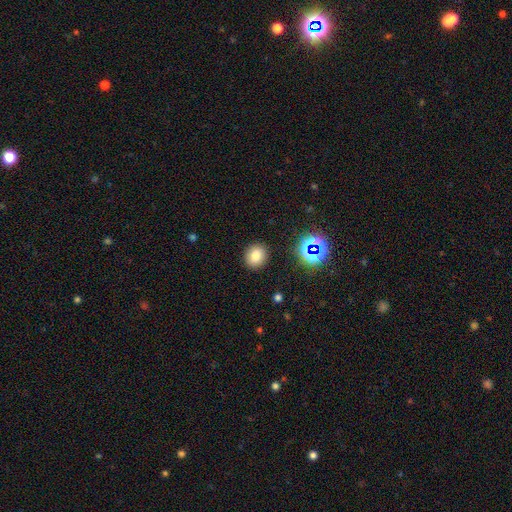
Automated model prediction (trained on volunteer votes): A smooth galaxy with no disk features (78%) that is round (77%). Merging: none (90%).